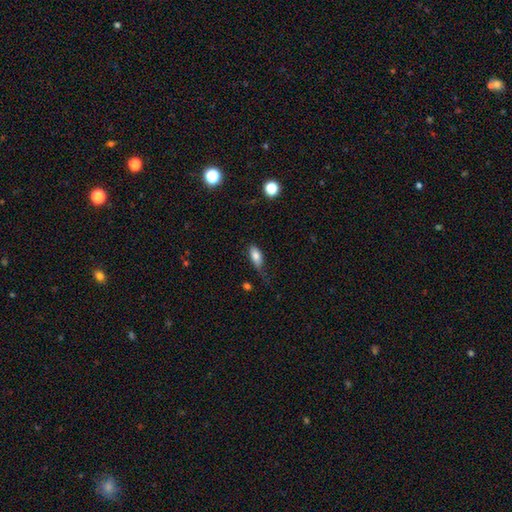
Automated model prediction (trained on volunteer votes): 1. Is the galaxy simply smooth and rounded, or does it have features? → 80% smooth, 12% featured or disk, 8% star or artifact.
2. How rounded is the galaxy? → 84% in between, 12% cigar-shaped, 4% round.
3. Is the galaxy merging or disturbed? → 55% none, 32% minor disturbance, 11% major disturbance, 2% merger.